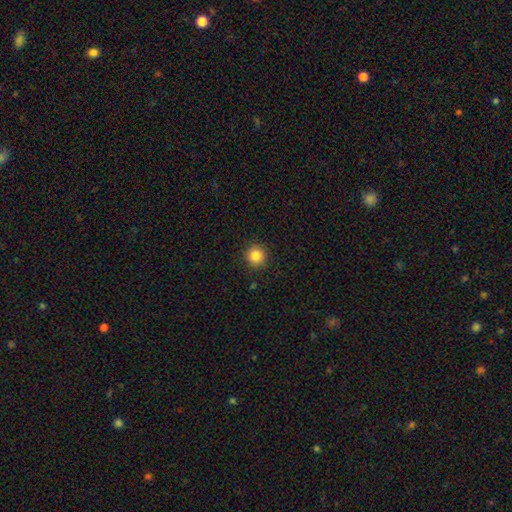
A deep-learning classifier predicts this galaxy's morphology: This appears to be a smooth galaxy with no disk features (84%) that is round (94%). Merging: none (91%).